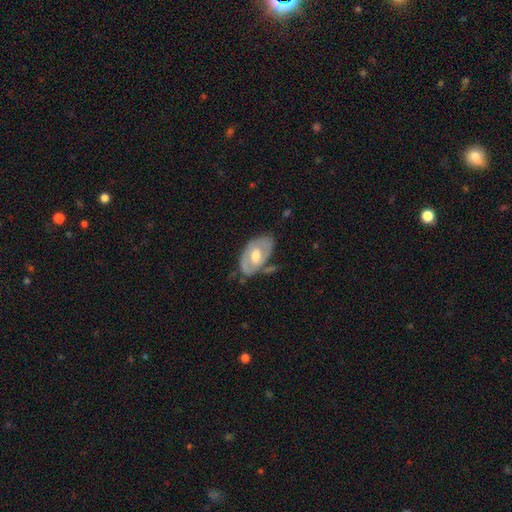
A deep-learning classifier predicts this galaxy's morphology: Smooth or featured? featured or disk (59%)
Edge-on disk? no (91%)
Bar? no (57%)
Spiral arms? no (52%)
Bulge size? moderate (70%)
Merging? none (55%)